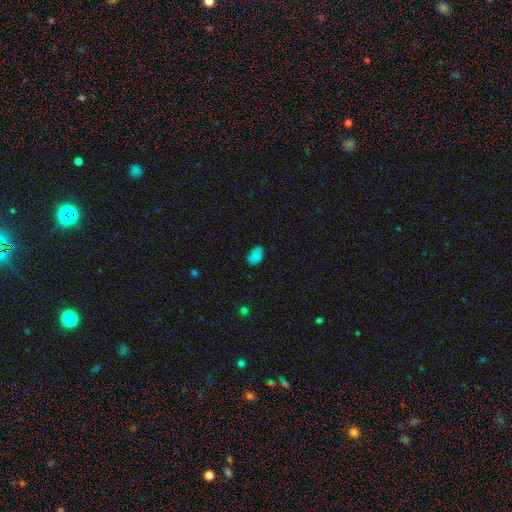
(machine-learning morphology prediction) Smooth or featured: smooth — 80% (star or artifact — 14%)
How rounded: in between — 90% (round — 9%)
Merging: none — 76% (minor disturbance — 18%)